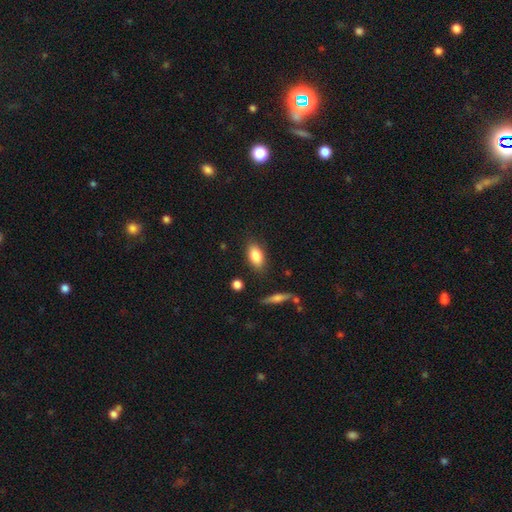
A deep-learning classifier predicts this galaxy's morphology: Smooth or featured: smooth — 83% (featured or disk — 10%)
How rounded: in between — 88% (cigar-shaped — 7%)
Merging: none — 83% (minor disturbance — 12%)